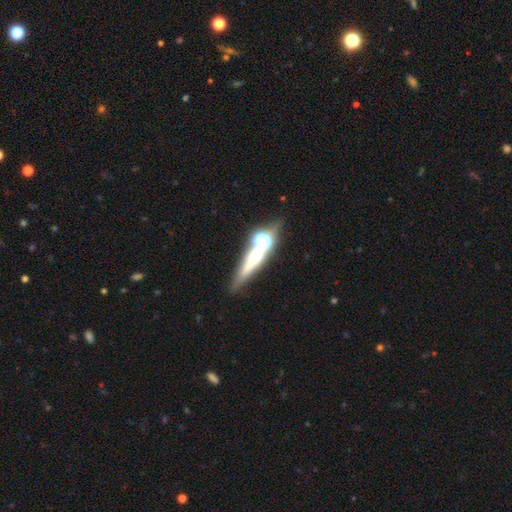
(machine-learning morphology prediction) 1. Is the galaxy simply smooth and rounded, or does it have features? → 47% featured or disk, 35% smooth, 18% star or artifact.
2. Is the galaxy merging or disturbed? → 61% none, 22% merger, 11% minor disturbance, 5% major disturbance.